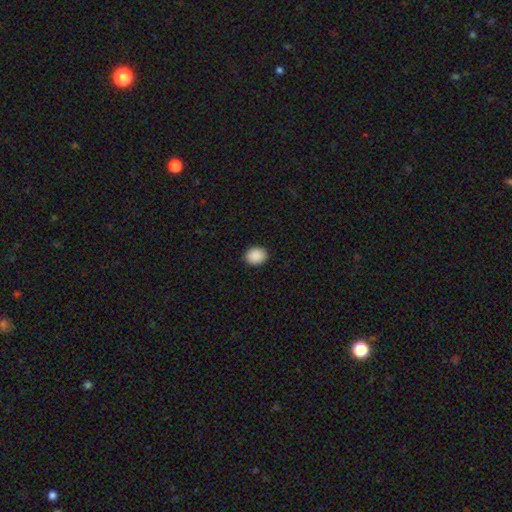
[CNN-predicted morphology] smooth-or-featured: smooth: 90% | star or artifact: 8% | featured or disk: 2%
  how-rounded: round: 64% | in between: 35% | cigar-shaped: 1%
  merging: none: 91% | minor disturbance: 6% | major disturbance: 2% | merger: 1%